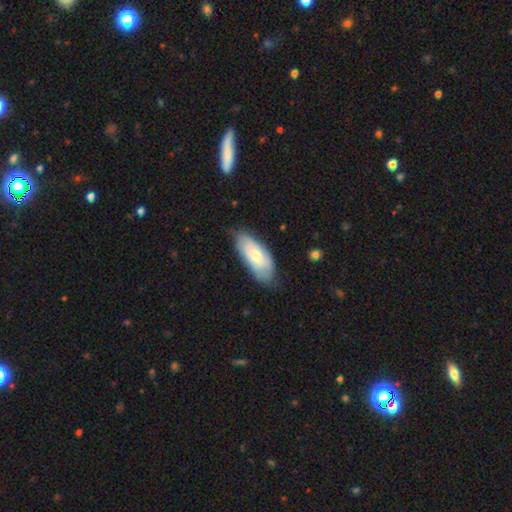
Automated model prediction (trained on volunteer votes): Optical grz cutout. It shows a smooth galaxy with no disk features (61%) that is in between round and cigar-shaped (86%). Merging: none (69%).